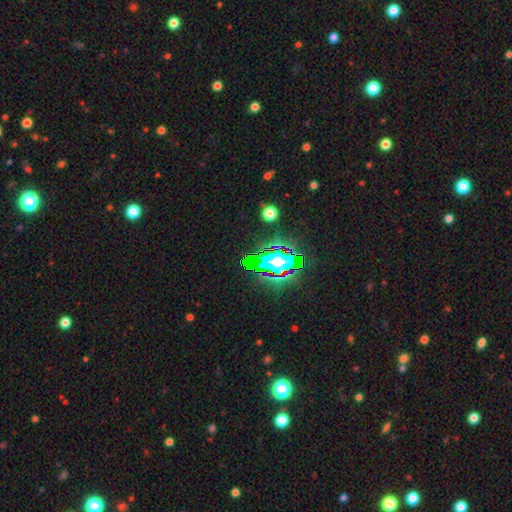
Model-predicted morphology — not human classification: star or artifact 83%, smooth 10%, featured or disk 8%.